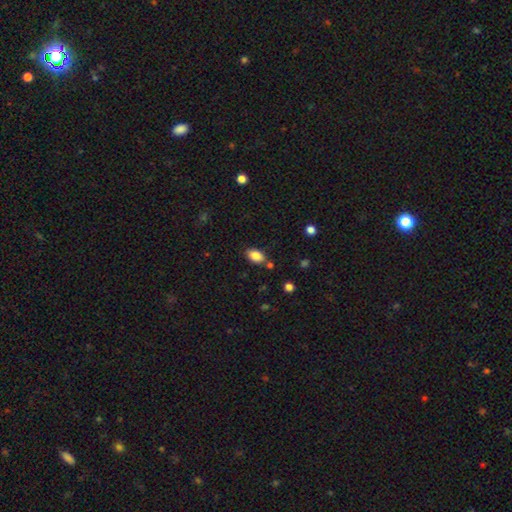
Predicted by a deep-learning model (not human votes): smooth-or-featured: smooth: 85% | star or artifact: 9% | featured or disk: 7%
  how-rounded: in between: 89% | round: 10% | cigar-shaped: 2%
  merging: none: 79% | minor disturbance: 12% | merger: 6% | major disturbance: 3%